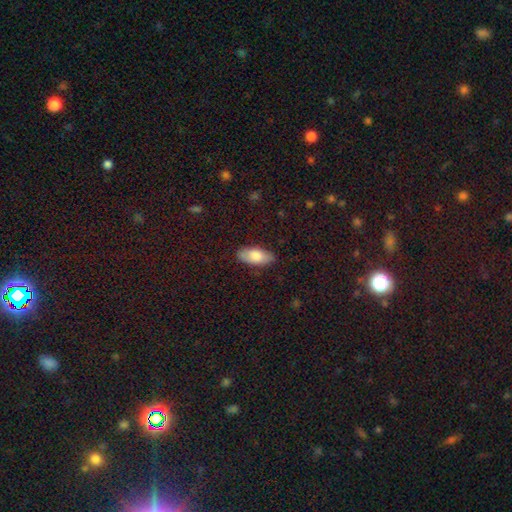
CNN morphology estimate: Smooth or featured?
  - smooth: 80% *
  - featured or disk: 14%
  - star or artifact: 6%
How rounded?
  - in between: 89% *
  - cigar-shaped: 9%
  - round: 2%
Merging?
  - none: 84% *
  - minor disturbance: 12%
  - major disturbance: 3%
  - merger: 1%